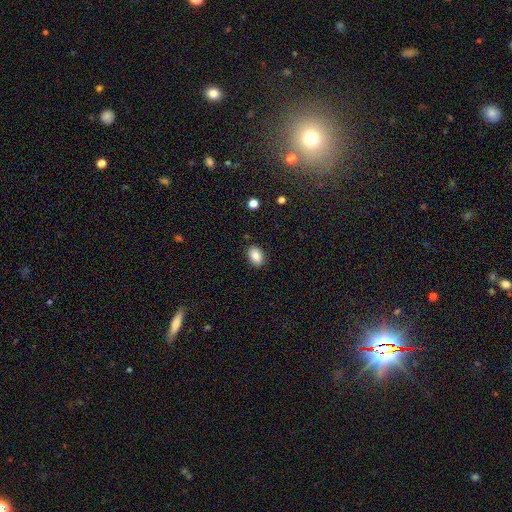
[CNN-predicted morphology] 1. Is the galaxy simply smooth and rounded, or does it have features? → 87% smooth, 8% star or artifact, 5% featured or disk.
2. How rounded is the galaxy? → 87% in between, 12% round, 1% cigar-shaped.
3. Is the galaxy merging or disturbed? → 88% none, 9% minor disturbance, 2% major disturbance, 1% merger.